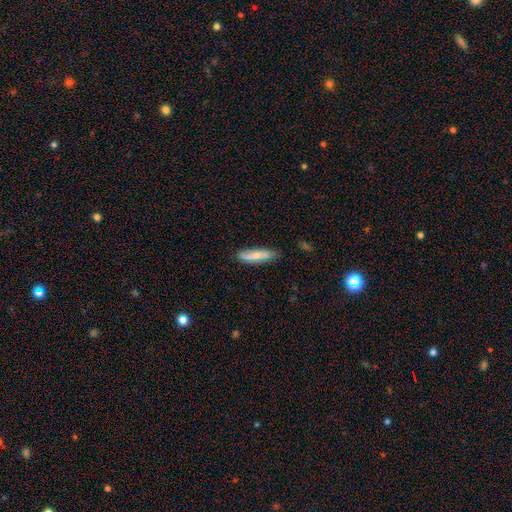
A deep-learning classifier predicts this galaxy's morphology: Q: Smooth or featured?
A: smooth (68%); runner-up: featured or disk (26%)
Q: How rounded?
A: cigar-shaped (65%); runner-up: in between (33%)
Q: Merging?
A: none (77%); runner-up: minor disturbance (18%)